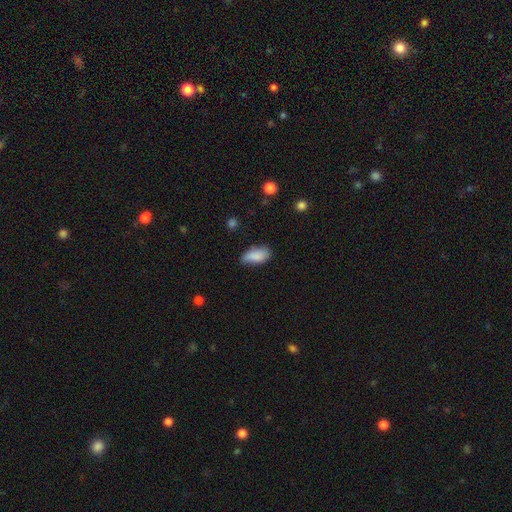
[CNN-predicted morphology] Overall: smooth (86%). How rounded: in between (88%). Merging: none (65%; minor disturbance 28%).